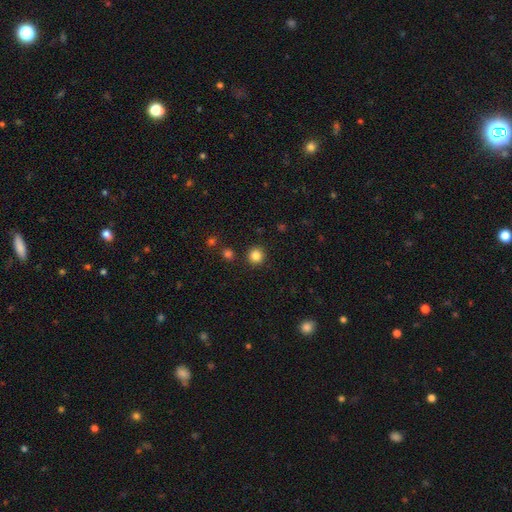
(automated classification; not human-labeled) Smooth or featured? smooth (84%)
How rounded? round (93%)
Merging? none (90%)